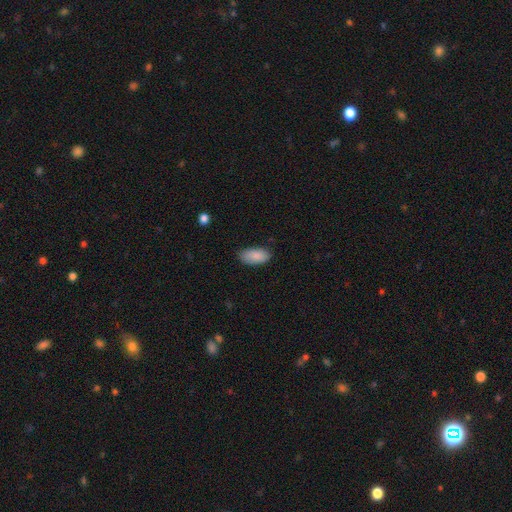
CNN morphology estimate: Smooth or featured? smooth (89%)
How rounded? in between (93%)
Merging? none (82%)